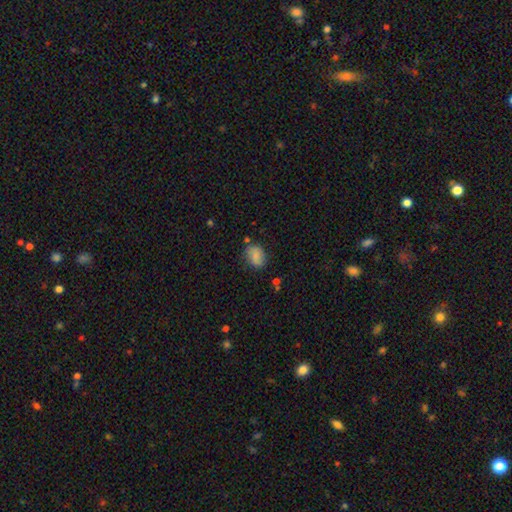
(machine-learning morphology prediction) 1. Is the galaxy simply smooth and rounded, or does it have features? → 78% smooth, 13% featured or disk, 9% star or artifact.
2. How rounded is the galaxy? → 63% in between, 36% round, 1% cigar-shaped.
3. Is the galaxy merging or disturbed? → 71% none, 20% minor disturbance, 5% major disturbance, 4% merger.